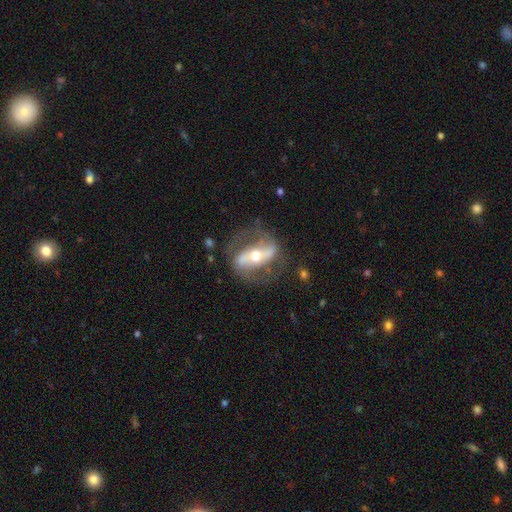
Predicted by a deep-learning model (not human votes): This is clearly a featured or disk galaxy (82%). It is clearly not viewed edge-on (90%). Bar: likely strong (62%). Spiral arm pattern: clearly yes (83%). Spiral arm count: clearly 2 (88%). Spiral winding: marginally medium (45%). Central bulge: likely moderate (63%). Merging: likely none (71%).